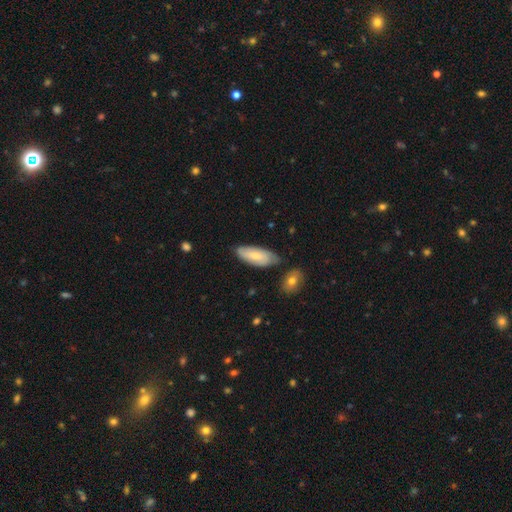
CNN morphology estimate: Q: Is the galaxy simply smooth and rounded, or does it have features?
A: smooth — 67%.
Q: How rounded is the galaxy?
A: in between — 83%.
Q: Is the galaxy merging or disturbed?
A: none — 70%.